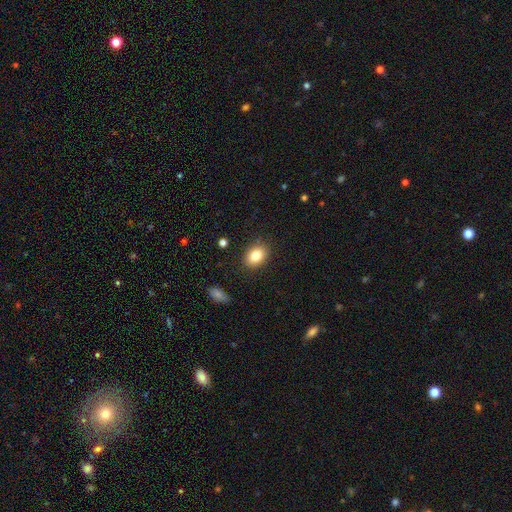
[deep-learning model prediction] Overall: smooth (83%). How rounded: in between (73%). Merging: none (87%).